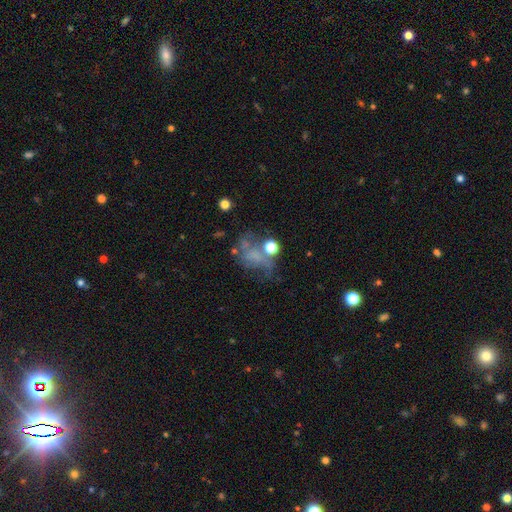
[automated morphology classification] Smooth or featured?
  - featured or disk: 43% *
  - smooth: 35%
  - star or artifact: 23%
Merging?
  - major disturbance: 36% *
  - none: 33%
  - minor disturbance: 19%
  - merger: 12%